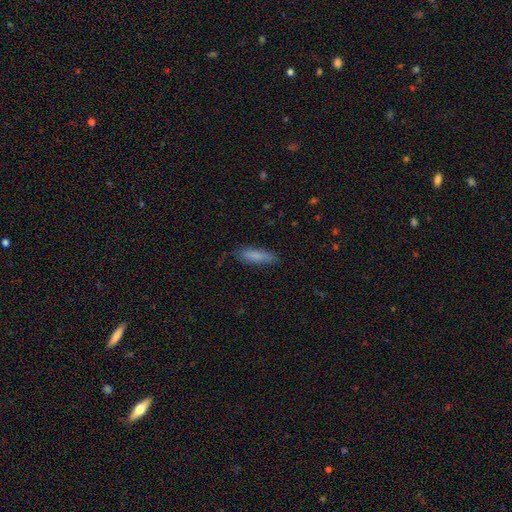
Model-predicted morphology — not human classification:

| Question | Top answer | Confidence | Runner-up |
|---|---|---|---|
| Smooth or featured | smooth | 81% | featured or disk (13%) |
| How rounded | cigar-shaped | 64% | in between (34%) |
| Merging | none | 75% | minor disturbance (19%) |